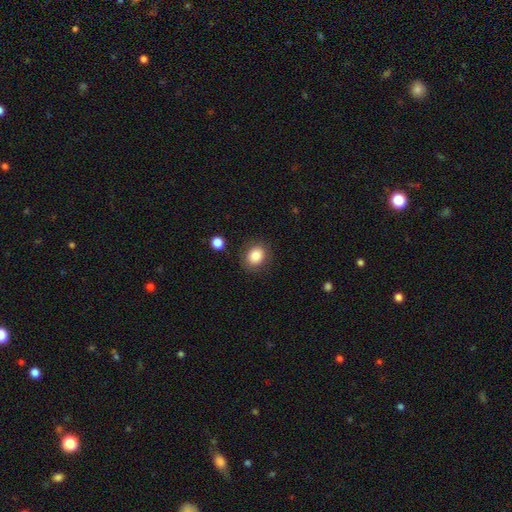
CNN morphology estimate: This appears to be a smooth galaxy with no disk features (84%) that is round (66%). Merging: none (86%).